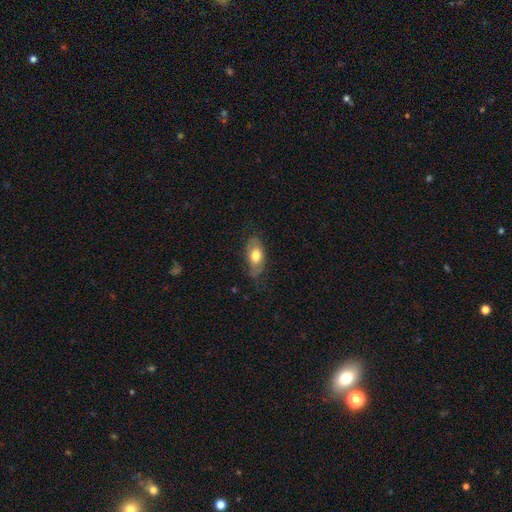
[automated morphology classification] Smooth or featured?
  - smooth: 66% *
  - featured or disk: 27%
  - star or artifact: 7%
How rounded?
  - in between: 87% *
  - cigar-shaped: 7%
  - round: 6%
Merging?
  - none: 65% *
  - minor disturbance: 26%
  - major disturbance: 8%
  - merger: 1%